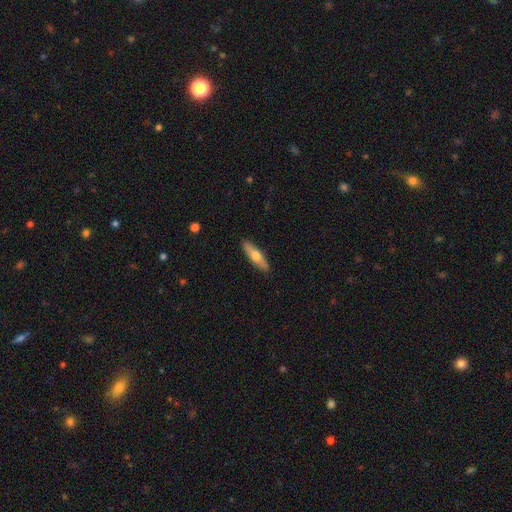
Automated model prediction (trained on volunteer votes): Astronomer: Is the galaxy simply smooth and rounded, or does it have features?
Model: smooth — 55% (runner-up: featured or disk, 40%).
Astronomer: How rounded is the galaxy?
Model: cigar-shaped — 63%.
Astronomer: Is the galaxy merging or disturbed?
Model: none — 90%.